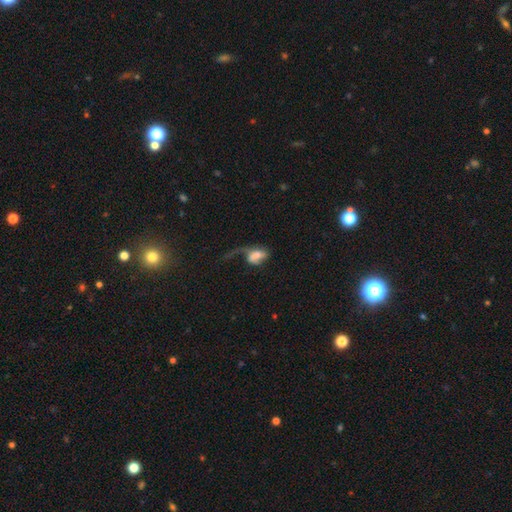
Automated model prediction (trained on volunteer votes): Smooth or featured?
  - smooth: 49% *
  - featured or disk: 42%
  - star or artifact: 9%
Merging?
  - major disturbance: 61% *
  - none: 19%
  - minor disturbance: 14%
  - merger: 6%